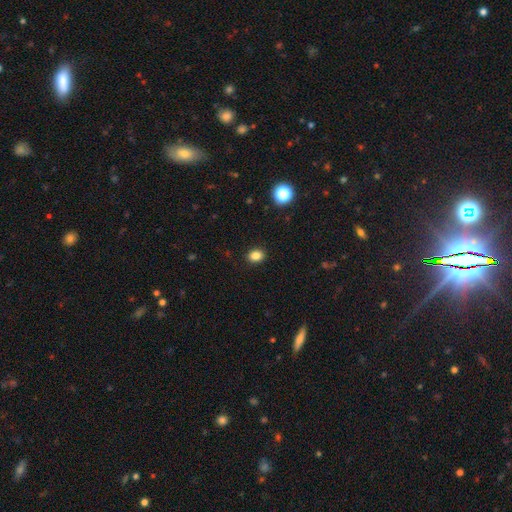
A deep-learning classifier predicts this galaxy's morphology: smooth_or_featured: smooth (p=0.84) [alt: star or artifact p=0.11]
how_rounded: in between (p=0.58) [alt: round p=0.40]
merging: none (p=0.90) [alt: minor disturbance p=0.07]